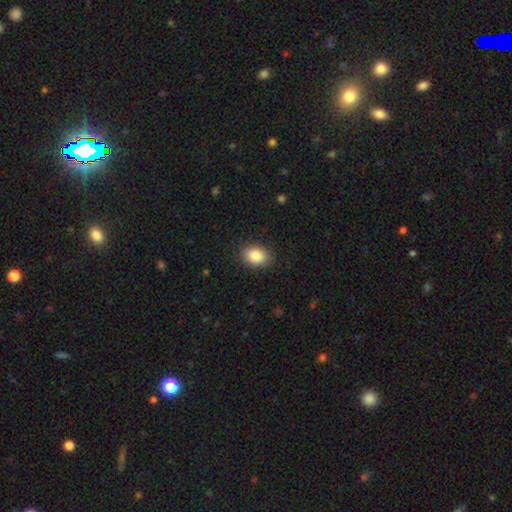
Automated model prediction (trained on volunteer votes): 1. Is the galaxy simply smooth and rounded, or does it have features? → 86% smooth, 8% star or artifact, 6% featured or disk.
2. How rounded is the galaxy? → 70% in between, 29% round, 1% cigar-shaped.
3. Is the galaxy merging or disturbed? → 87% none, 9% minor disturbance, 2% major disturbance, 1% merger.